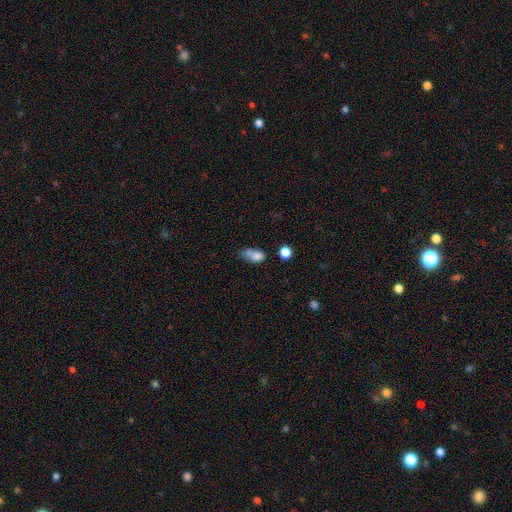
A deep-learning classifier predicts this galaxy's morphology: Smooth or featured?
  - smooth: 75% *
  - featured or disk: 13%
  - star or artifact: 12%
How rounded?
  - in between: 79% *
  - round: 16%
  - cigar-shaped: 5%
Merging?
  - none: 32% *
  - minor disturbance: 27%
  - merger: 24%
  - major disturbance: 17%